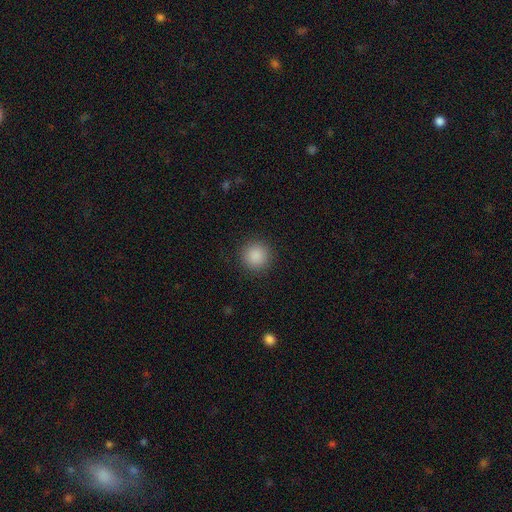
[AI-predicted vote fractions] This appears to be a smooth galaxy with no disk features (88%) that is round (95%). Merging: none (91%).